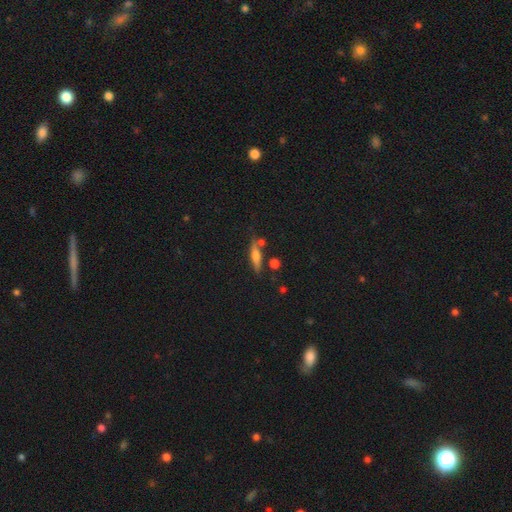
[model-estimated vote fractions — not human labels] smooth-or-featured: smooth: 47% | featured or disk: 45% | star or artifact: 8%
  merging: none: 74% | minor disturbance: 13% | merger: 9% | major disturbance: 3%